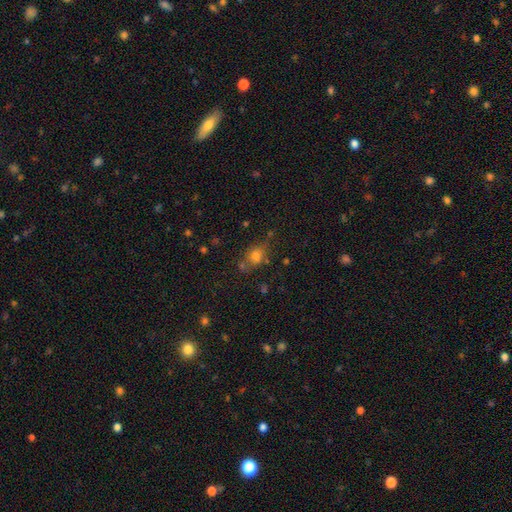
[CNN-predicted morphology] smooth_or_featured: smooth (p=0.71) [alt: star or artifact p=0.19]
how_rounded: round (p=0.57) [alt: in between p=0.41]
merging: none (p=0.65) [alt: minor disturbance p=0.17]